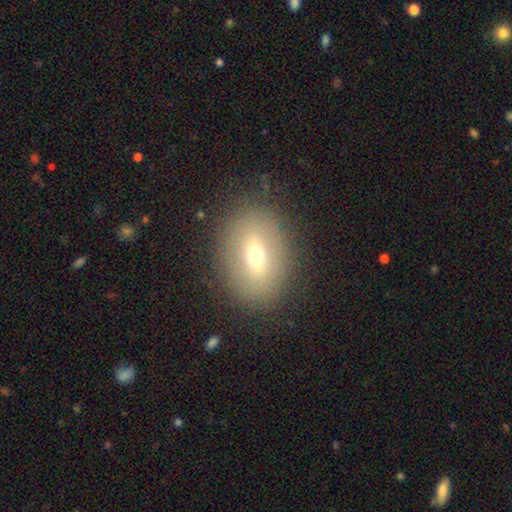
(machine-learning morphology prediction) smooth_or_featured: smooth (p=0.54) [alt: featured or disk p=0.35]
how_rounded: in between (p=0.74) [alt: round p=0.24]
merging: none (p=0.85) [alt: minor disturbance p=0.10]